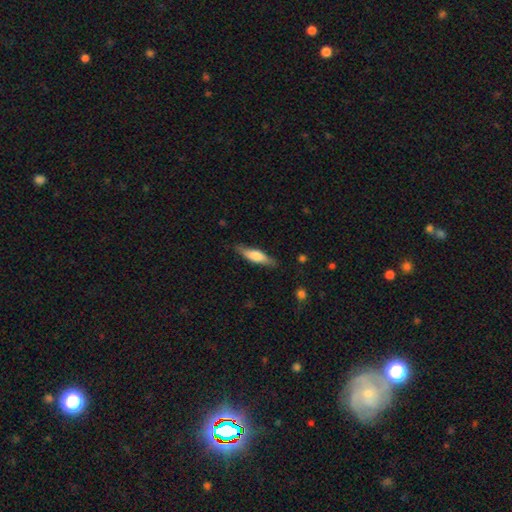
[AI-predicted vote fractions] This appears to be a smooth galaxy with no disk features (64%) that is cigar-shaped (63%). Merging: none (81%).